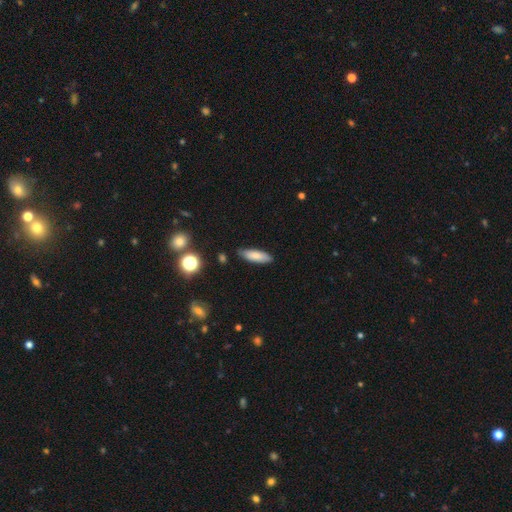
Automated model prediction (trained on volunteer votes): Smooth or featured? smooth (80%)
How rounded? in between (50%)
Merging? none (82%)